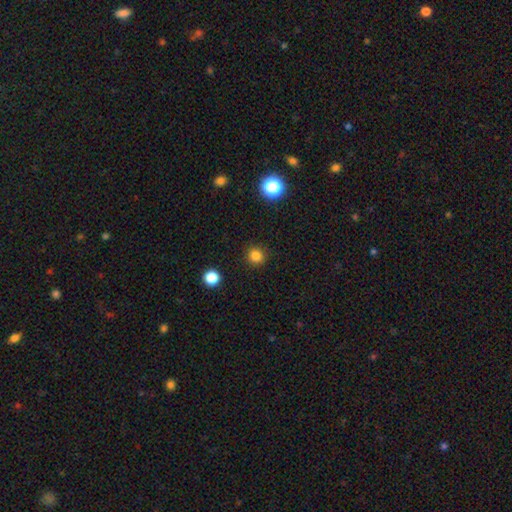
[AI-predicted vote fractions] Q: Smooth or featured?
A: smooth (82%); runner-up: star or artifact (14%)
Q: How rounded?
A: round (93%); runner-up: in between (6%)
Q: Merging?
A: none (91%); runner-up: minor disturbance (6%)